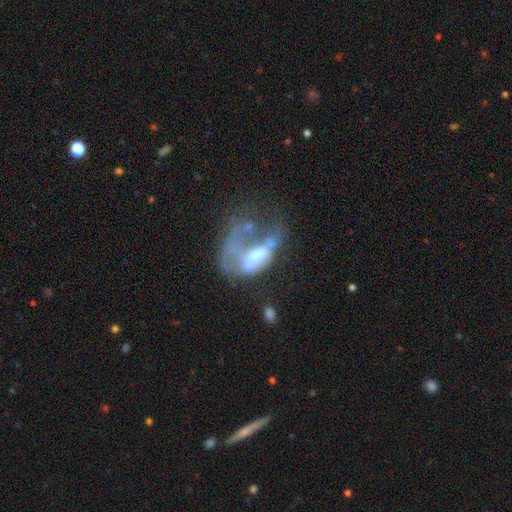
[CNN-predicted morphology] The model was most divided on "bulge size": moderate: 45%, small: 18%, none: 18%, large: 16%, dominant: 2%. More confident: edge-on disk — no (96%); spiral arms — no (79%); bar — no (68%); smooth or featured — featured or disk (59%); merging — major disturbance (52%).